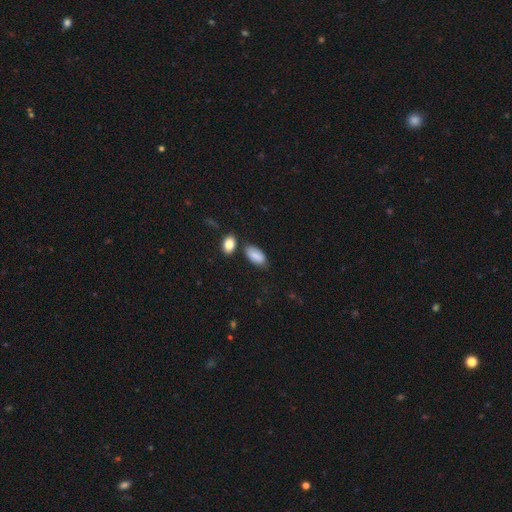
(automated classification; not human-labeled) Smooth or featured? smooth (84%)
How rounded? in between (92%)
Merging? none (70%)